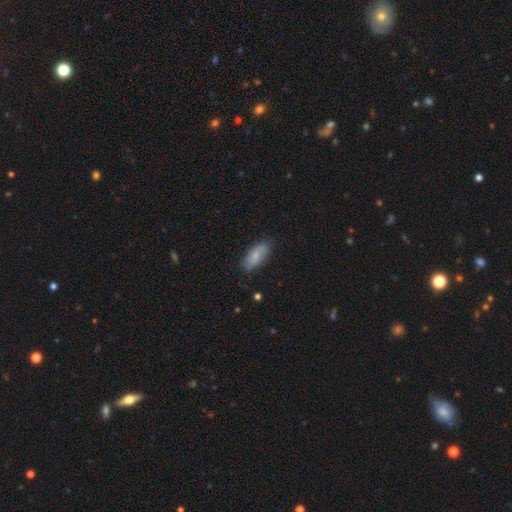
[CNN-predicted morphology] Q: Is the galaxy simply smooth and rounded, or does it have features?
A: smooth — 69%.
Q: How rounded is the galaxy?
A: in between — 85%.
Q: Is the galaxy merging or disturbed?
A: none — 78%.